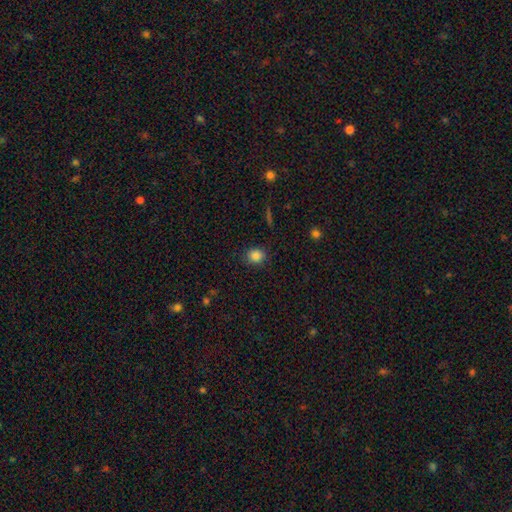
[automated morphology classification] Smooth or featured? smooth (85%)
How rounded? round (77%)
Merging? none (87%)